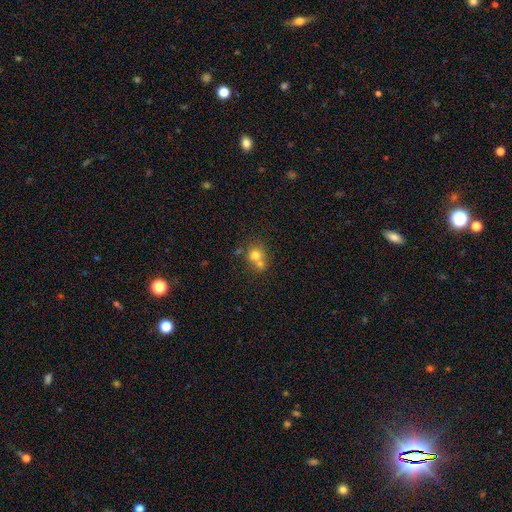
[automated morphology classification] smooth-or-featured: smooth: 72% | featured or disk: 15% | star or artifact: 13%
  how-rounded: round: 80% | in between: 20% | cigar-shaped: 1%
  merging: merger: 50% | none: 39% | minor disturbance: 8% | major disturbance: 3%